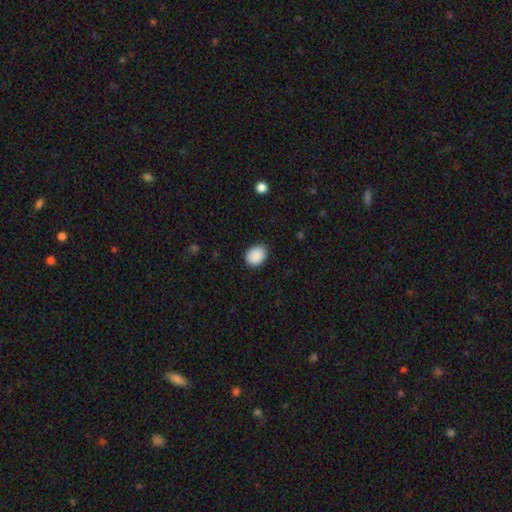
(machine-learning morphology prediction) This appears to be a smooth galaxy with no disk features (90%) that is in between round and cigar-shaped (54%). Merging: none (85%).